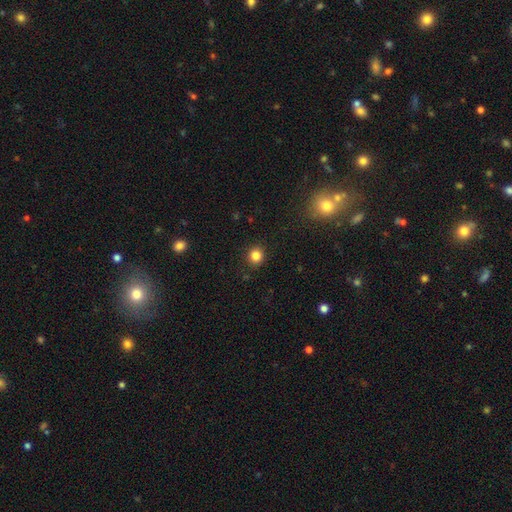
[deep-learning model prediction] Morphology: type=smooth (83%); roundness=round (89%); merging=none (91%).